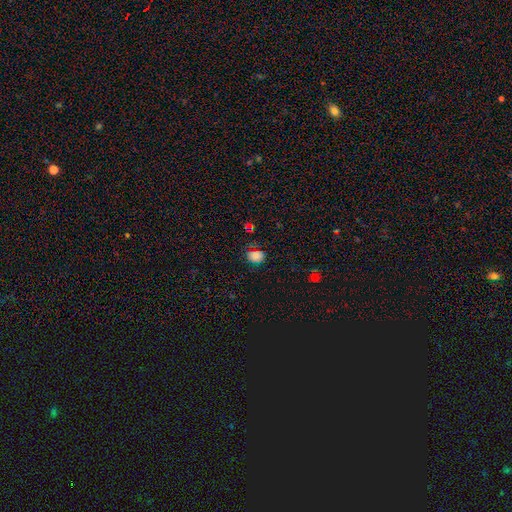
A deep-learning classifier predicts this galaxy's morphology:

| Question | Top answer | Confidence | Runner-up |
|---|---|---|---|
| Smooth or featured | smooth | 73% | star or artifact (21%) |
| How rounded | round | 63% | in between (36%) |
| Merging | none | 81% | minor disturbance (14%) |